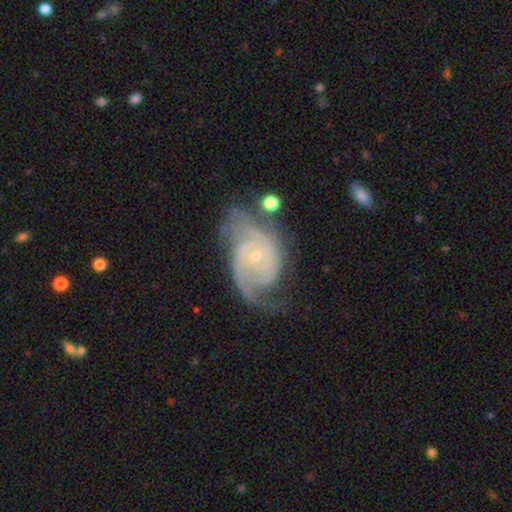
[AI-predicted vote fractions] Smooth or featured?
  - featured or disk: 90% *
  - star or artifact: 5%
  - smooth: 5%
Edge-on disk?
  - no: 97% *
  - yes: 3%
Bar?
  - no: 57% *
  - weak: 34%
  - strong: 8%
Spiral arms?
  - yes: 98% *
  - no: 2%
Spiral winding?
  - tight: 55% *
  - medium: 37%
  - loose: 8%
Spiral arm count?
  - 2: 51% *
  - 3: 19%
  - can't tell: 15%
  - 4: 6%
  - 1: 5%
  - more than 4: 4%
Bulge size?
  - small: 79% *
  - moderate: 17%
  - none: 2%
  - large: 1%
  - dominant: 1%
Merging?
  - none: 59% *
  - minor disturbance: 22%
  - major disturbance: 15%
  - merger: 4%